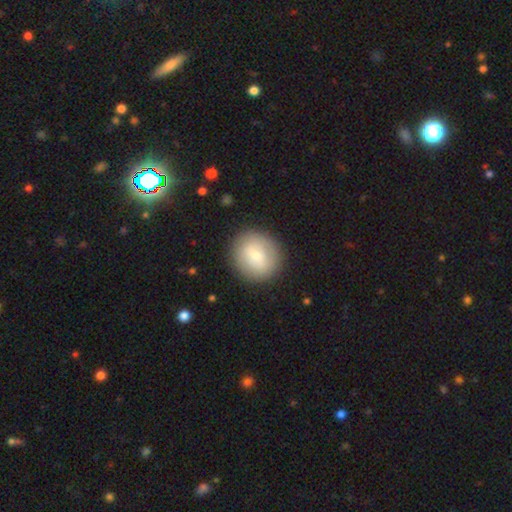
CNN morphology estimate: smooth 66%, featured or disk 28%, star or artifact 7%. Down the decision tree: how rounded — round (84%); merging — none (87%).